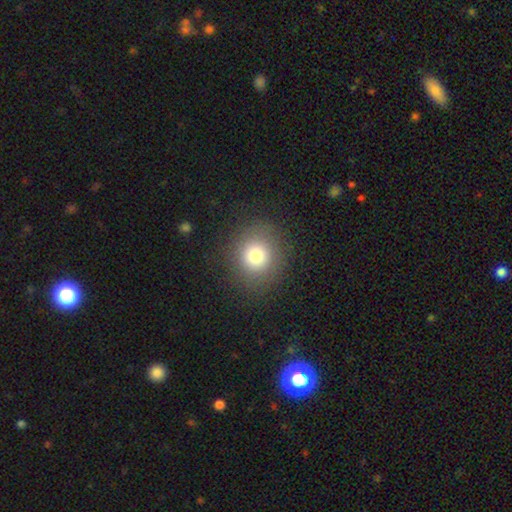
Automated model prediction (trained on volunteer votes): Overall: smooth (77%). How rounded: round (88%). Merging: none (86%).